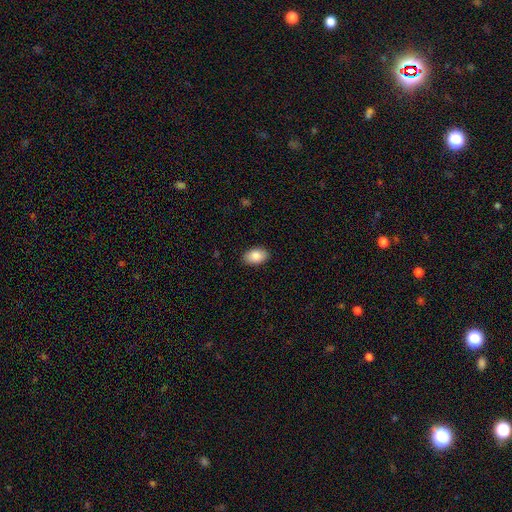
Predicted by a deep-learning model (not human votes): smooth-or-featured: smooth: 87% | star or artifact: 7% | featured or disk: 6%
  how-rounded: in between: 91% | round: 8% | cigar-shaped: 1%
  merging: none: 89% | minor disturbance: 8% | major disturbance: 2% | merger: 1%